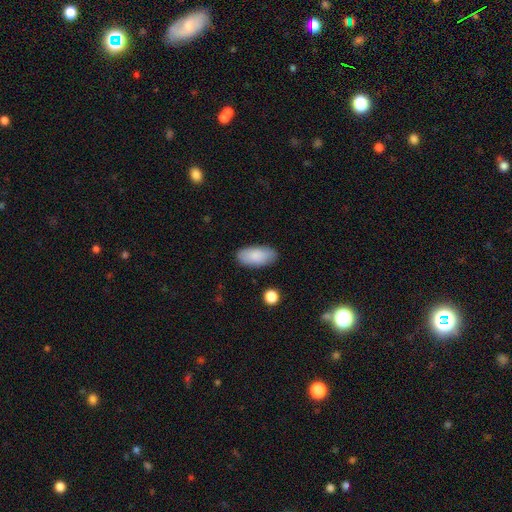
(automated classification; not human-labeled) The model was most divided on "merging": none: 86%, minor disturbance: 11%, major disturbance: 2%, merger: 1%. More confident: how rounded — in between (93%); smooth or featured — smooth (86%).